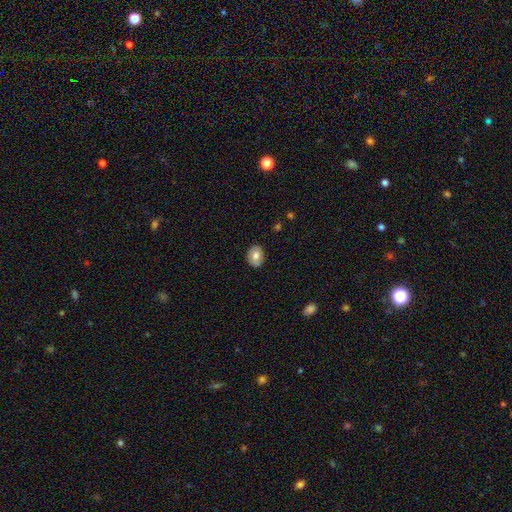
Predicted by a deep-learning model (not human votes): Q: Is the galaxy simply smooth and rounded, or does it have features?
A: smooth — 72%.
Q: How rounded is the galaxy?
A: in between — 56%.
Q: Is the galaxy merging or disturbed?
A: none — 84%.